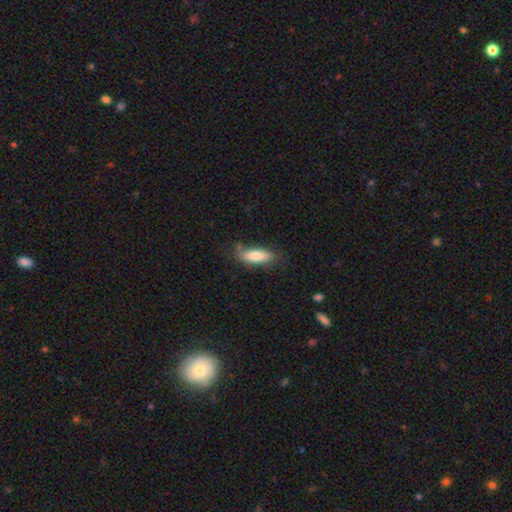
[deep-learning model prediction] smooth 79%, featured or disk 15%, star or artifact 6%. Down the decision tree: how rounded — in between (57%); merging — none (73%).